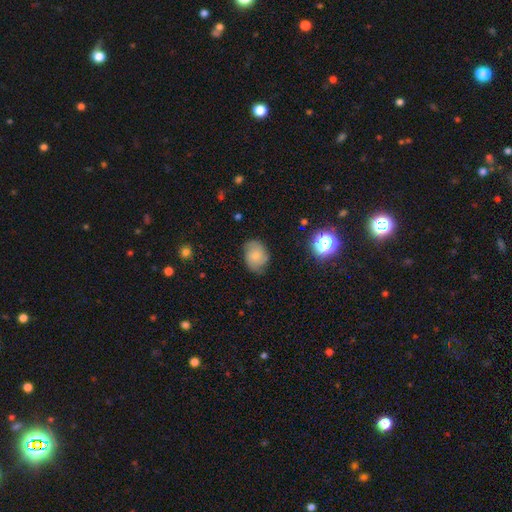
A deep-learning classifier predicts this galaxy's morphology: smooth 63%, featured or disk 26%, star or artifact 11%. Down the decision tree: how rounded — in between (58%); merging — none (68%).